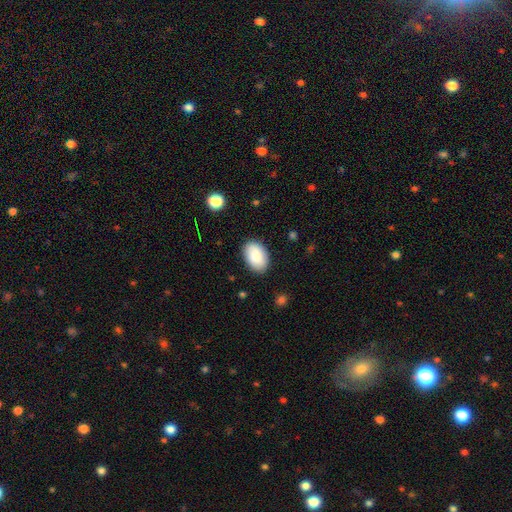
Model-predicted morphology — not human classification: type=smooth (88%); roundness=in between (90%); merging=none (86%).